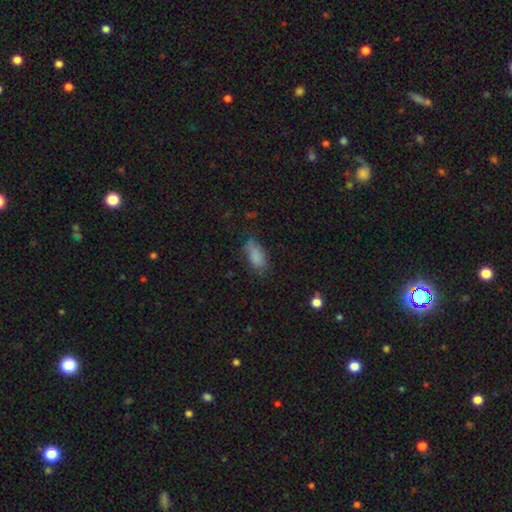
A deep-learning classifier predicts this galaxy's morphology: This appears to be a smooth galaxy with no disk features (82%) that is in between round and cigar-shaped (89%). Merging: none (62%).